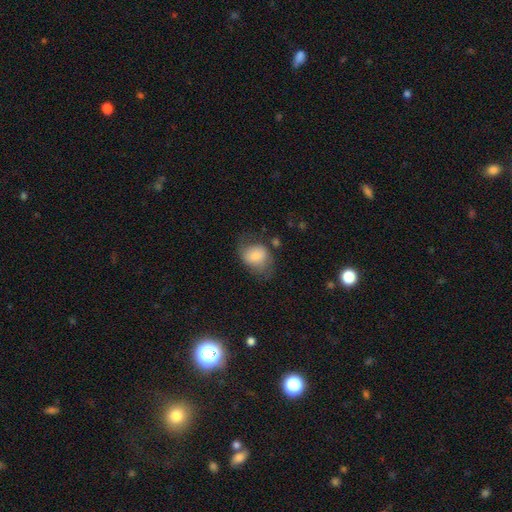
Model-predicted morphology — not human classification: This appears to be a smooth galaxy with no disk features (68%) that is in between round and cigar-shaped (58%). Merging: none (47%).